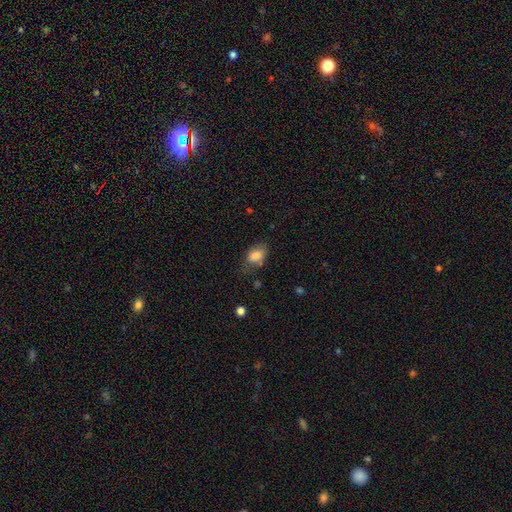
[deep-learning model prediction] smooth-or-featured: smooth: 81% | featured or disk: 10% | star or artifact: 8%
  how-rounded: in between: 85% | round: 13% | cigar-shaped: 2%
  merging: none: 57% | minor disturbance: 28% | major disturbance: 11% | merger: 4%